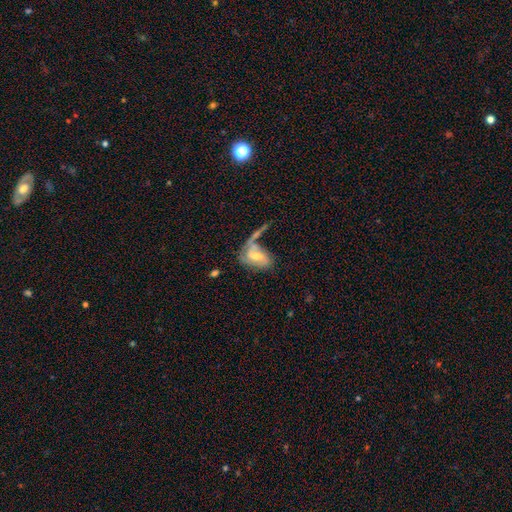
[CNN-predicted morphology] featured or disk 54%, smooth 38%, star or artifact 8%. Down the decision tree: edge-on disk — no (94%); bar — weak (46%); spiral arms — yes (70%); bulge size — moderate (52%); merging — none (29%).